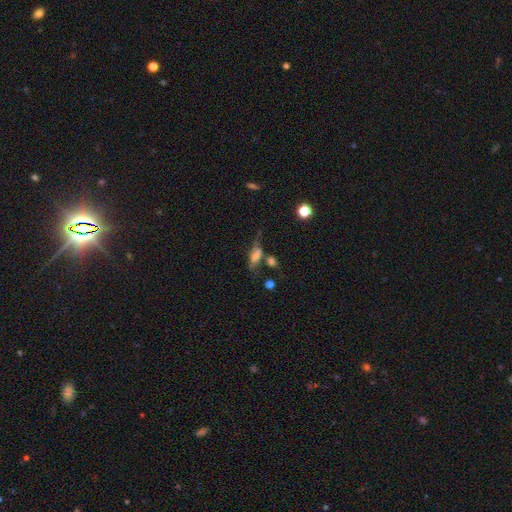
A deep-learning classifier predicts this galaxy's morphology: smooth_or_featured: smooth (p=0.50) [alt: featured or disk p=0.37]
how_rounded: in between (p=0.64) [alt: cigar-shaped p=0.29]
merging: none (p=0.36) [alt: merger p=0.23]